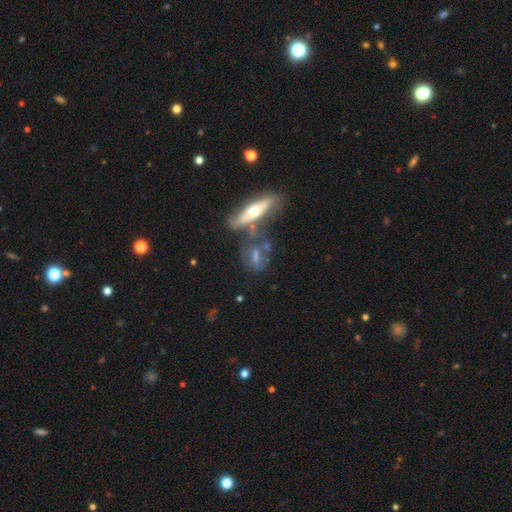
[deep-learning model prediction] This appears to be a featured or disk galaxy (61%). Merging: none (47%).